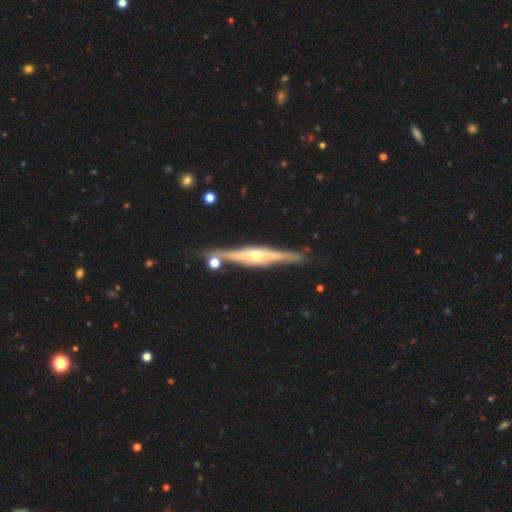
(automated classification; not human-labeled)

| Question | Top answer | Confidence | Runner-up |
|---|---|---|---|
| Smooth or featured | featured or disk | 83% | smooth (11%) |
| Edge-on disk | yes | 96% | no (4%) |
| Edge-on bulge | rounded | 77% | boxy (18%) |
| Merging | none | 81% | minor disturbance (11%) |